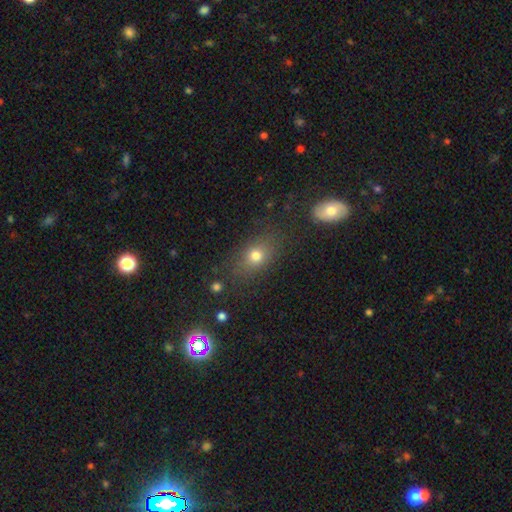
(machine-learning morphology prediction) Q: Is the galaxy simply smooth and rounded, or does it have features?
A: smooth — 72%.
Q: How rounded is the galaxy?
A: in between — 62%.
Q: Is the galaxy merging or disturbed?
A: none — 79%.